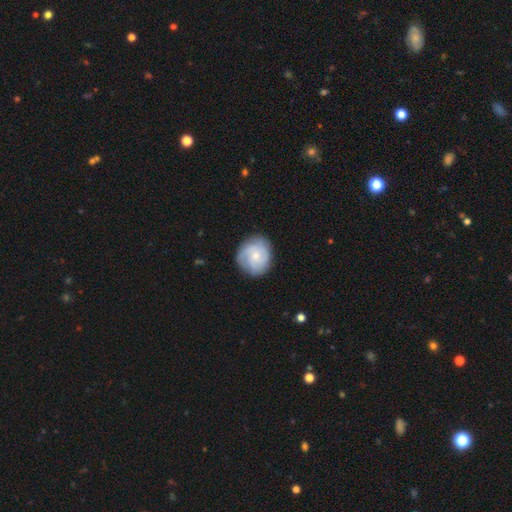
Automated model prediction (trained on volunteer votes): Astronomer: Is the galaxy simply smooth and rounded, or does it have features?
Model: featured or disk — 62%.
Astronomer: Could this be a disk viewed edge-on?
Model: no — 98%.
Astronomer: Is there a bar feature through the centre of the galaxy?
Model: no — 77%.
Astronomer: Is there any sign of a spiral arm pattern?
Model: yes — 90%.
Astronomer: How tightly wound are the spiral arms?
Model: tight — 59%.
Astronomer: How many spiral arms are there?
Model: can't tell — 32% (runner-up: 3, 31%).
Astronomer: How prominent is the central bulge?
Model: small — 59% (runner-up: moderate, 37%).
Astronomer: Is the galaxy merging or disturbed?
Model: none — 77%.